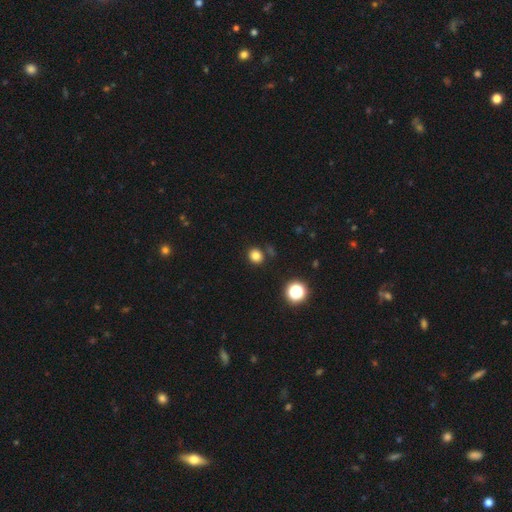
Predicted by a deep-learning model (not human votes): Smooth or featured?
  - smooth: 80% *
  - star or artifact: 15%
  - featured or disk: 5%
How rounded?
  - round: 82% *
  - in between: 17%
  - cigar-shaped: 1%
Merging?
  - none: 84% *
  - minor disturbance: 8%
  - merger: 5%
  - major disturbance: 3%